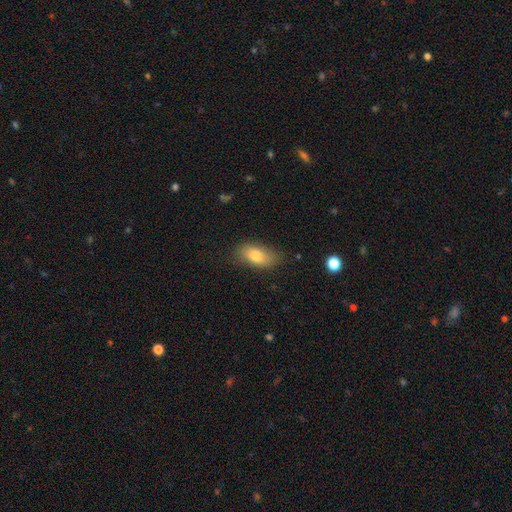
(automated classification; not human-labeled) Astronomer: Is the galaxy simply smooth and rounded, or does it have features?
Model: smooth — 80%.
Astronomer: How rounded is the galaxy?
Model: in between — 88%.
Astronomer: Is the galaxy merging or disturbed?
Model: none — 73%.